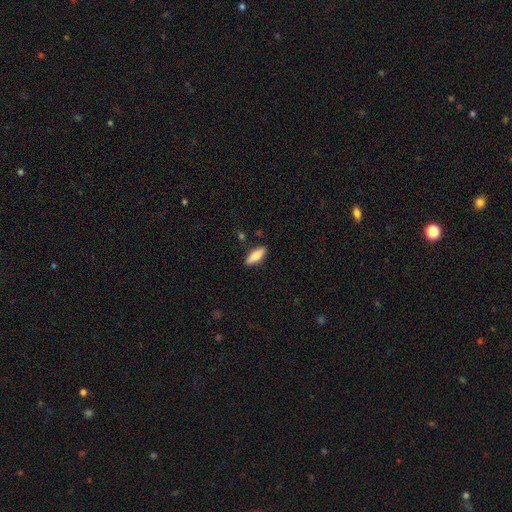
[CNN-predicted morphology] Smooth or featured? smooth (76%)
How rounded? in between (65%)
Merging? none (87%)